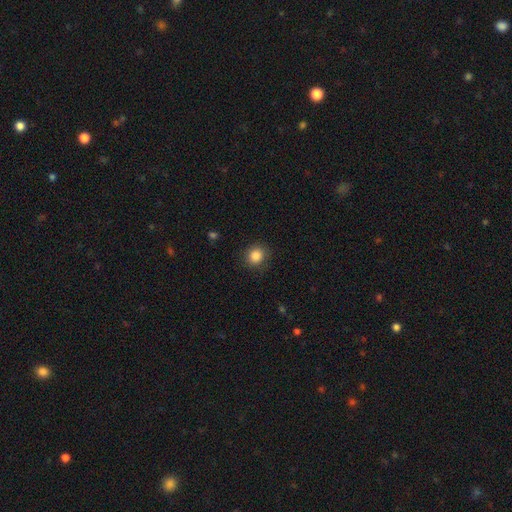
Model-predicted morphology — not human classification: Smooth or featured? smooth (86%)
How rounded? round (84%)
Merging? none (85%)